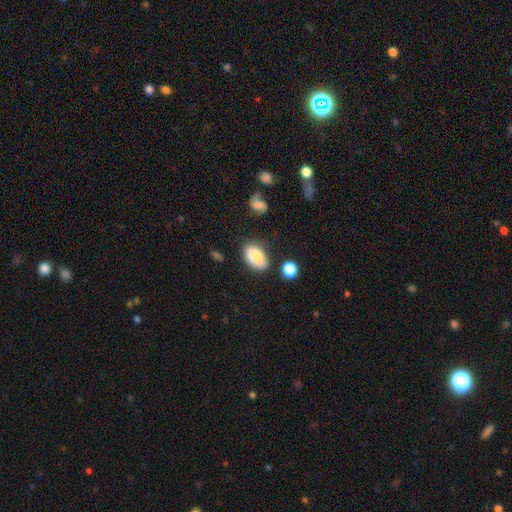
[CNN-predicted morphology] Q: Smooth or featured?
A: smooth (82%); runner-up: featured or disk (11%)
Q: How rounded?
A: in between (92%); runner-up: round (7%)
Q: Merging?
A: none (68%); runner-up: minor disturbance (20%)